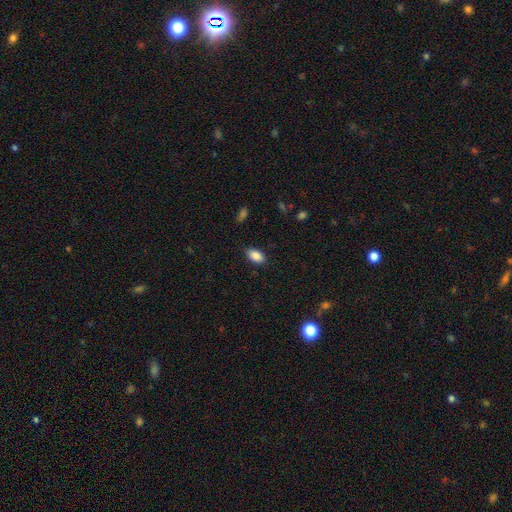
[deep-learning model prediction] The model was most divided on "merging": none: 87%, minor disturbance: 10%, major disturbance: 2%, merger: 1%. More confident: how rounded — in between (92%); smooth or featured — smooth (88%).